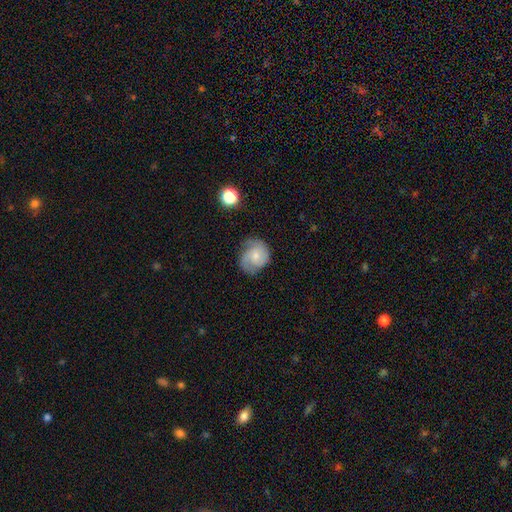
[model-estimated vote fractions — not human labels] A featured or disk galaxy (55%) with no bar (67%), spiral arms (89%) and a small central bulge (53%). Merging: none (60%).